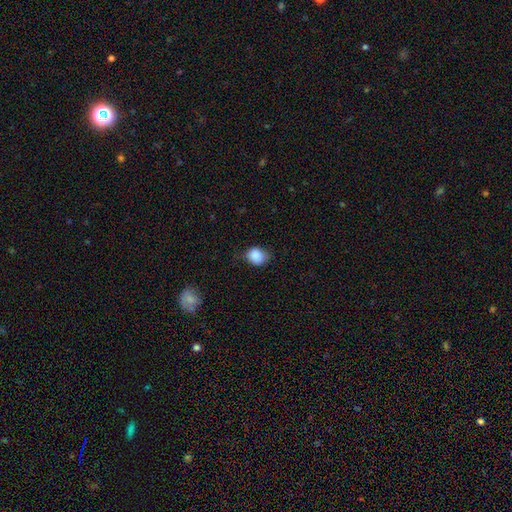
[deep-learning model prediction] Smooth or featured?
  - smooth: 87% *
  - star or artifact: 9%
  - featured or disk: 4%
How rounded?
  - round: 60% *
  - in between: 39%
  - cigar-shaped: 1%
Merging?
  - none: 65% *
  - minor disturbance: 28%
  - major disturbance: 6%
  - merger: 1%